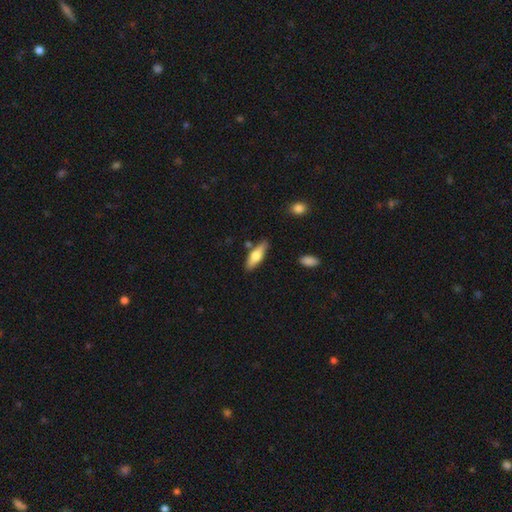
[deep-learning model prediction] Smooth or featured: smooth — 60% (featured or disk — 34%)
How rounded: cigar-shaped — 50% (in between — 47%)
Merging: none — 79% (minor disturbance — 14%)